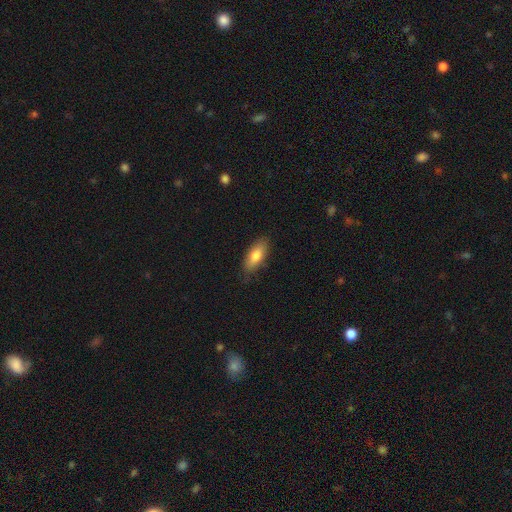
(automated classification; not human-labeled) Smooth or featured? smooth (78%)
How rounded? in between (80%)
Merging? none (82%)